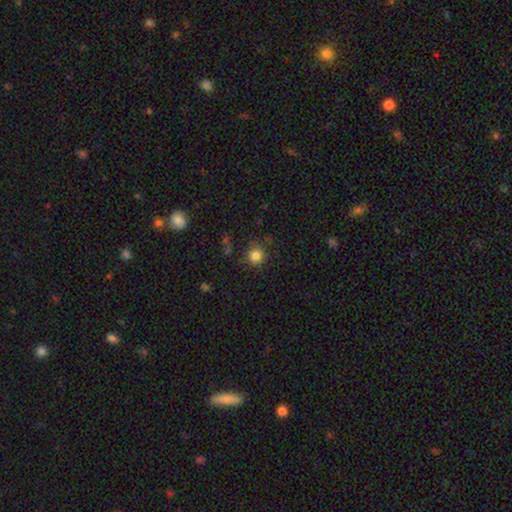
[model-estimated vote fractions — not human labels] Overall: smooth (83%). How rounded: round (90%). Merging: none (78%).